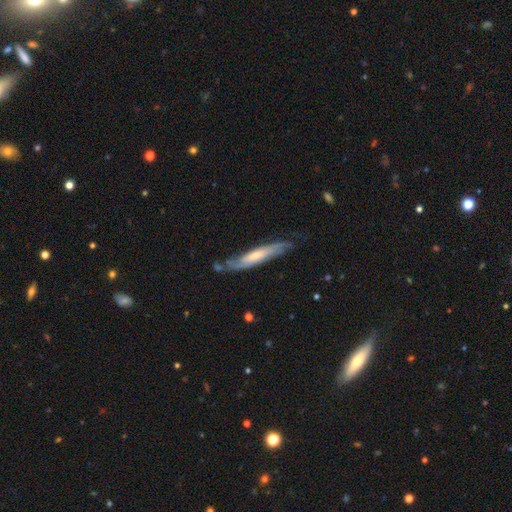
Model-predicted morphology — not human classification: Smooth or featured?
  - featured or disk: 62% *
  - smooth: 33%
  - star or artifact: 5%
Edge-on disk?
  - yes: 50% * (tied)
  - no: 50% * (tied)
Merging?
  - none: 66% *
  - minor disturbance: 23%
  - major disturbance: 7%
  - merger: 4%